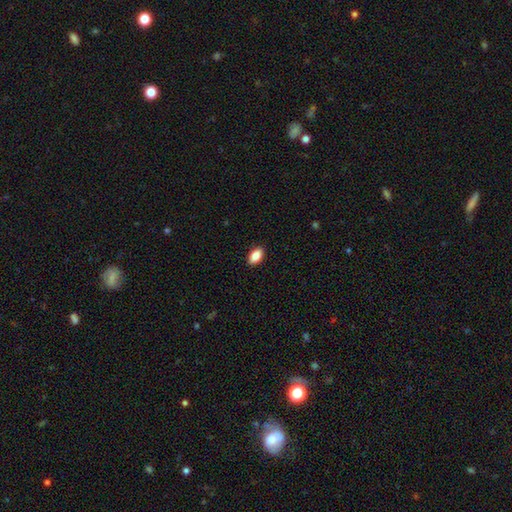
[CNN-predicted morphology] Smooth or featured?
  - smooth: 87% *
  - star or artifact: 7%
  - featured or disk: 6%
How rounded?
  - in between: 92% *
  - round: 4%
  - cigar-shaped: 4%
Merging?
  - none: 89% *
  - minor disturbance: 8%
  - major disturbance: 2%
  - merger: 1%